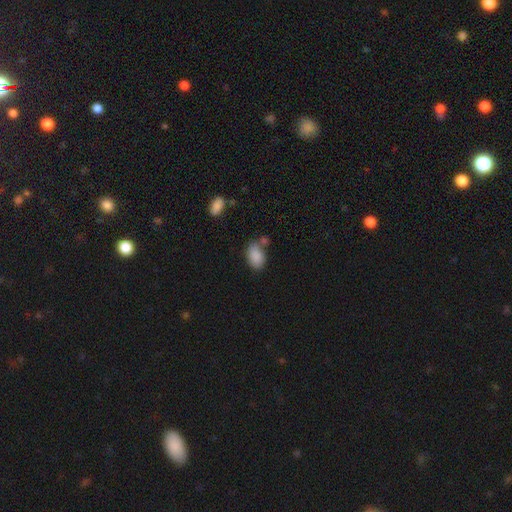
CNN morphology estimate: smooth 86%, star or artifact 8%, featured or disk 6%. Down the decision tree: how rounded — in between (89%); merging — none (58%).